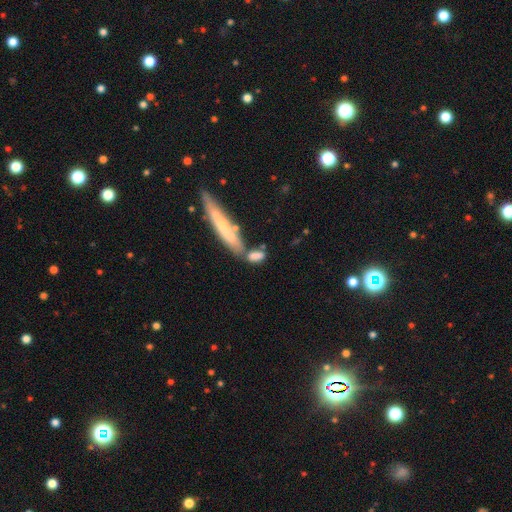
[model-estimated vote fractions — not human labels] smooth 74%, featured or disk 18%, star or artifact 7%. Down the decision tree: how rounded — in between (50%); merging — none (46%).